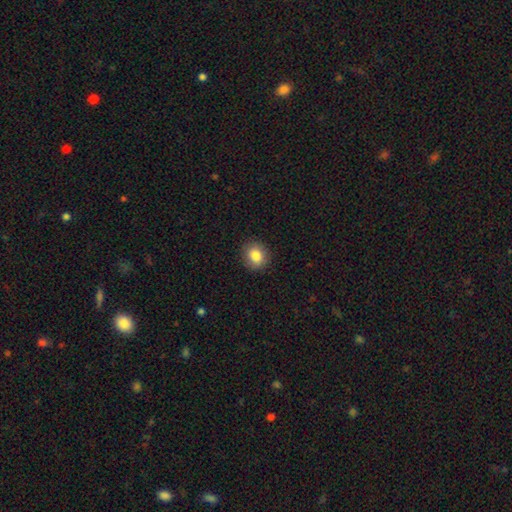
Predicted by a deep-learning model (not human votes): A smooth galaxy with no disk features (84%) that is round (76%).

Vote fractions:
- Smooth or featured? smooth: 84% / star or artifact: 9% / featured or disk: 6%
- How rounded? round: 76% / in between: 23% / cigar-shaped: 1%
- Merging? none: 90% / minor disturbance: 7% / major disturbance: 2% / merger: 1%